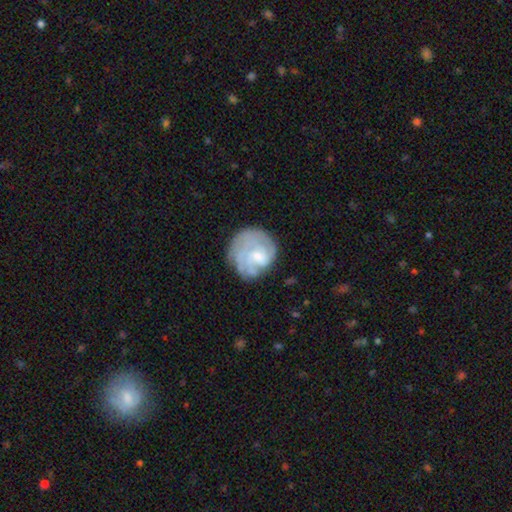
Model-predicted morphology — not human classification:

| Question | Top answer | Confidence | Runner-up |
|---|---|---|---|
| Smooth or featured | featured or disk | 56% | smooth (37%) |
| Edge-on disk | no | 98% | yes (2%) |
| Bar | no | 66% | weak (29%) |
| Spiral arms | yes | 70% | no (30%) |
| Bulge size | small | 38% | moderate (35%) |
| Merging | none | 58% | minor disturbance (23%) |